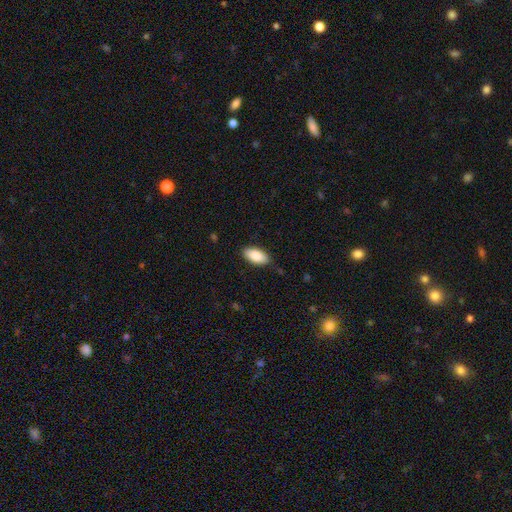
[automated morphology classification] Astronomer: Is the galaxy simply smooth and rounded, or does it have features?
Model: smooth — 85%.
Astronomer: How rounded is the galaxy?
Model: in between — 93%.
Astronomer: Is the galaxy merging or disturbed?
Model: none — 86%.